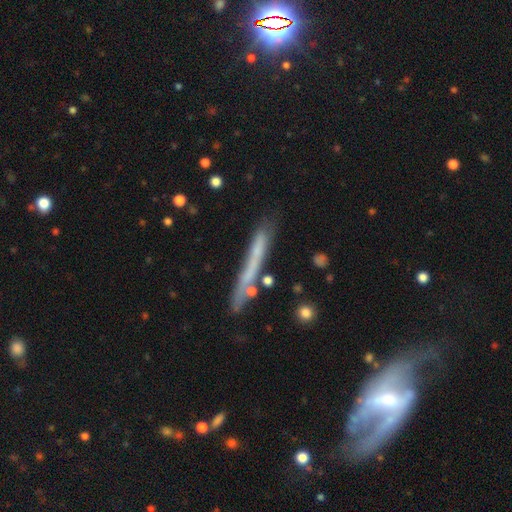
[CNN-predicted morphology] This appears to be a smooth galaxy with no disk features (51%) that is cigar-shaped (94%). Merging: none (65%).